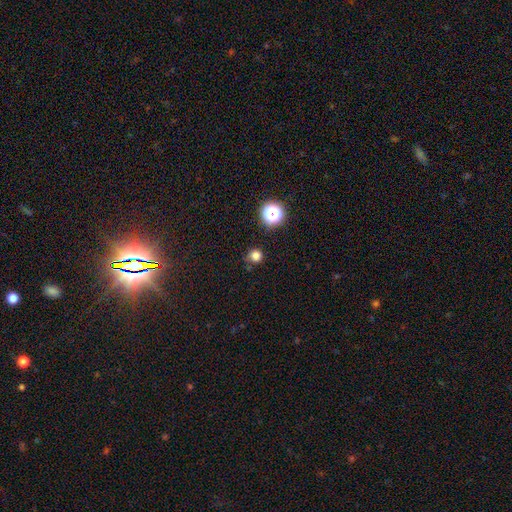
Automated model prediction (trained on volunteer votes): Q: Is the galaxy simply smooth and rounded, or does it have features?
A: smooth — 79%.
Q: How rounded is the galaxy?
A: round — 91%.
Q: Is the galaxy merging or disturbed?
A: none — 80%.